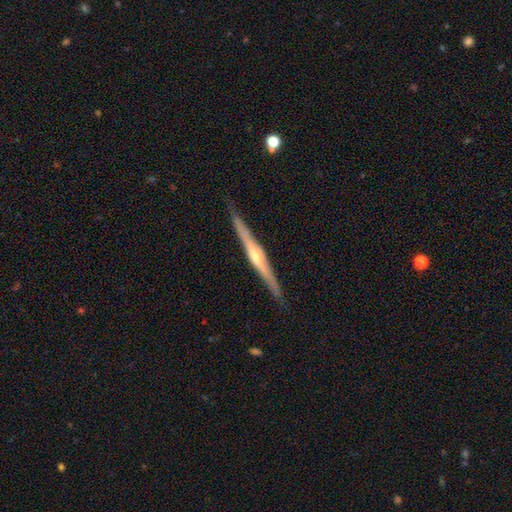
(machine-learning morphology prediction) This is likely a featured or disk galaxy (79%). It is clearly viewed edge-on (98%). Edge-on bulge: likely rounded (77%). Merging: clearly none (89%).